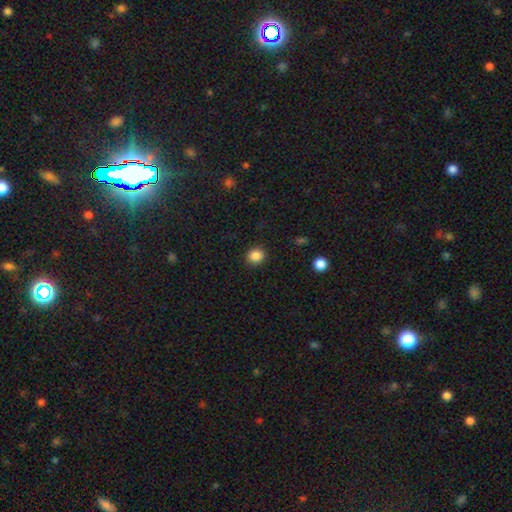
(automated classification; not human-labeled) Smooth or featured: smooth — 86% (star or artifact — 10%)
How rounded: round — 77% (in between — 22%)
Merging: none — 89% (minor disturbance — 8%)